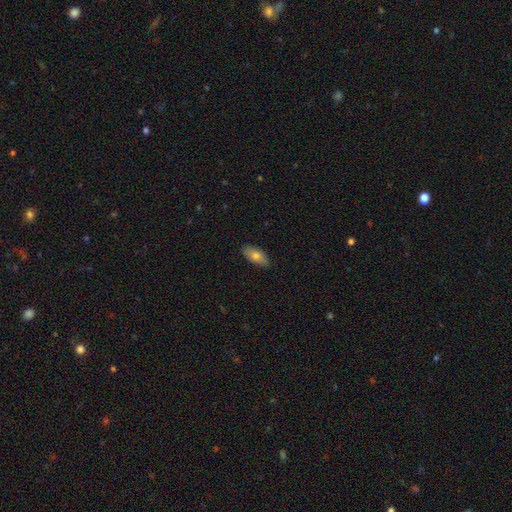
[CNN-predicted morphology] smooth_or_featured: smooth (p=0.76) [alt: featured or disk p=0.17]
how_rounded: in between (p=0.85) [alt: cigar-shaped p=0.12]
merging: none (p=0.88) [alt: minor disturbance p=0.10]